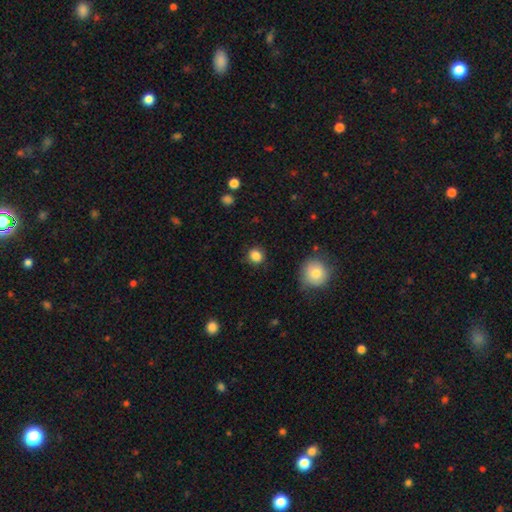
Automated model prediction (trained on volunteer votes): A smooth galaxy with no disk features (85%) that is round (85%).

Vote fractions:
- Smooth or featured? smooth: 85% / star or artifact: 10% / featured or disk: 4%
- How rounded? round: 85% / in between: 14% / cigar-shaped: 1%
- Merging? none: 87% / minor disturbance: 9% / major disturbance: 3% / merger: 1%